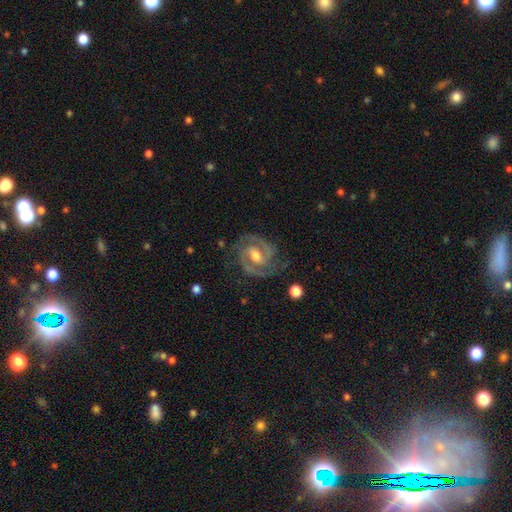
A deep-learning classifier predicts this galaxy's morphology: Smooth or featured? Predicted: featured or disk (p=0.91). Edge-on disk? Predicted: no (p=0.98). Bar? Predicted: weak (p=0.49). Spiral arms? Predicted: yes (p=0.98). Spiral winding? Predicted: medium (p=0.48). Spiral arm count? Predicted: 2 (p=0.90). Bulge size? Predicted: moderate (p=0.69). Merging? Predicted: none (p=0.80).